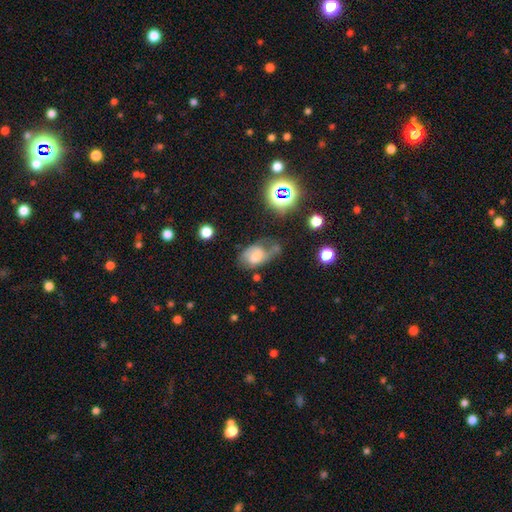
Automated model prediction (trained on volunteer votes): A smooth galaxy with no disk features (47%). Merging: none (33%).